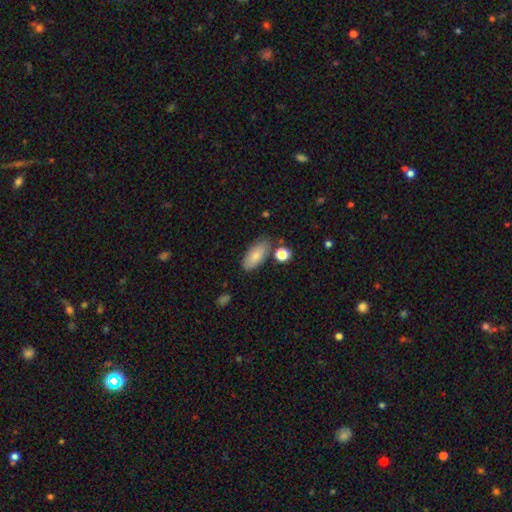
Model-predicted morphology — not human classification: A smooth galaxy with no disk features (80%) that is in between round and cigar-shaped (86%). Merging: none (76%).